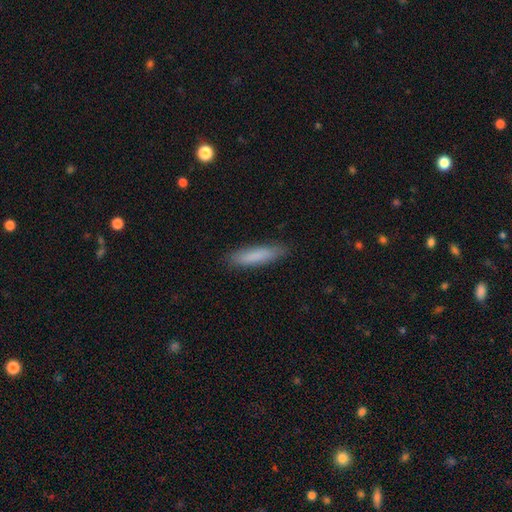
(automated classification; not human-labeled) Smooth or featured? Predicted: smooth (p=0.82). How rounded? Predicted: cigar-shaped (p=0.80). Merging? Predicted: none (p=0.87).